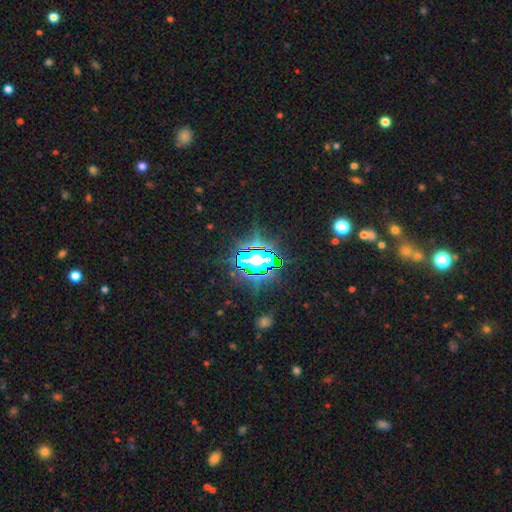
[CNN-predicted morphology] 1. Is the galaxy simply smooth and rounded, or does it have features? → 80% star or artifact, 12% smooth, 8% featured or disk.